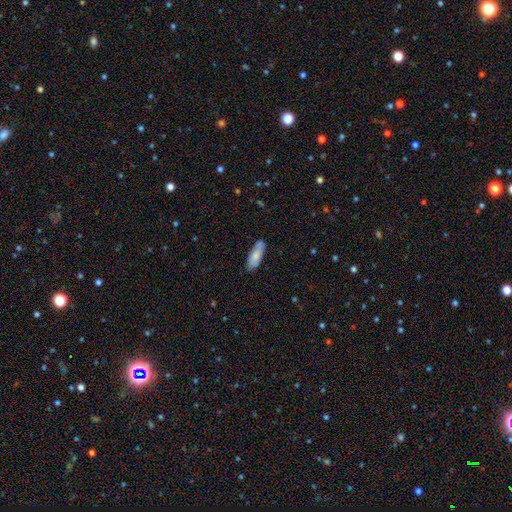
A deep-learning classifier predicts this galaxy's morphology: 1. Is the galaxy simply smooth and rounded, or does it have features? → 80% smooth, 14% featured or disk, 6% star or artifact.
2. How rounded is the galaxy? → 65% in between, 33% cigar-shaped, 2% round.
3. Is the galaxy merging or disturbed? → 77% none, 18% minor disturbance, 3% major disturbance, 2% merger.